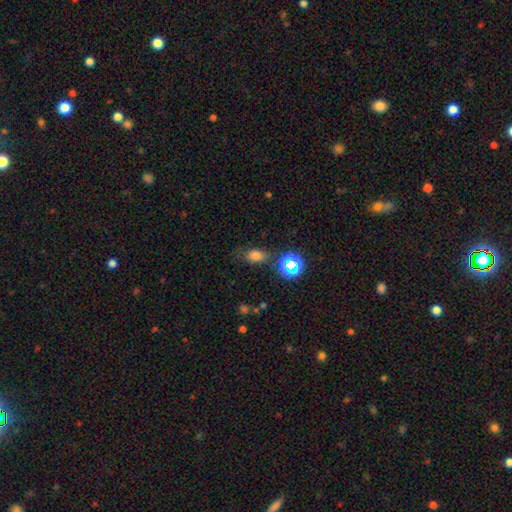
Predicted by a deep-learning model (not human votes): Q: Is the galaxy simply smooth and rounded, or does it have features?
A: smooth — 73%.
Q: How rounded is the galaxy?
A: in between — 73%.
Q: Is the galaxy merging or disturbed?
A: none — 69%.